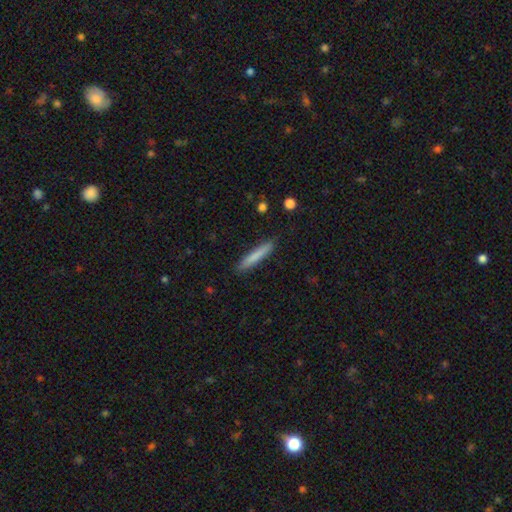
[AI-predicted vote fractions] smooth 80%, featured or disk 14%, star or artifact 6%. Down the decision tree: how rounded — cigar-shaped (93%); merging — none (88%).